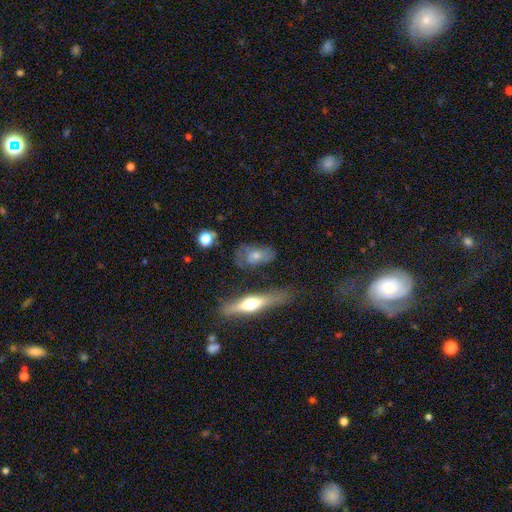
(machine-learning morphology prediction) smooth_or_featured: featured or disk (p=0.50) [alt: smooth p=0.39]
merging: none (p=0.64) [alt: minor disturbance p=0.22]